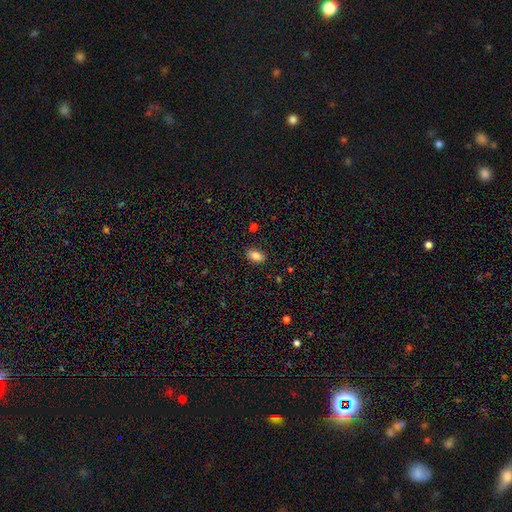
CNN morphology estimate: This is clearly a smooth galaxy (84%). How rounded: clearly in between (90%). Merging: clearly none (87%).